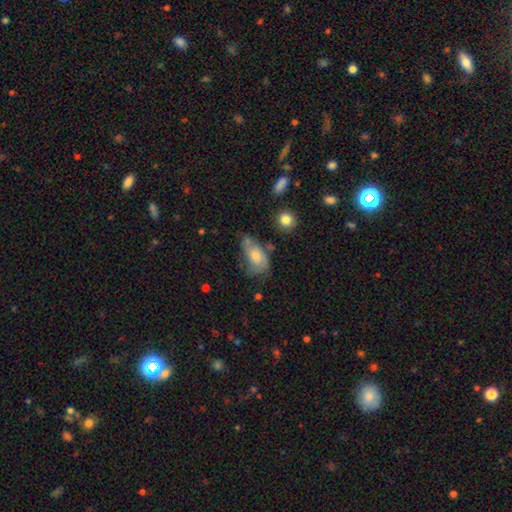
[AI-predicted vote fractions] Smooth or featured? smooth (46%)
Merging? none (42%)